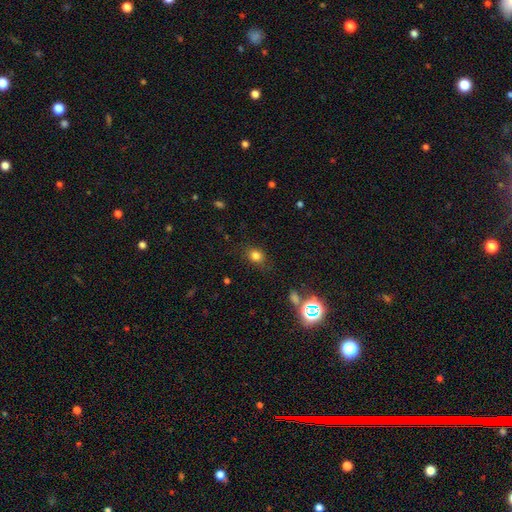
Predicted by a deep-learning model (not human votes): smooth_or_featured: smooth (p=0.77) [alt: star or artifact p=0.16]
how_rounded: round (p=0.60) [alt: in between p=0.39]
merging: none (p=0.79) [alt: minor disturbance p=0.14]